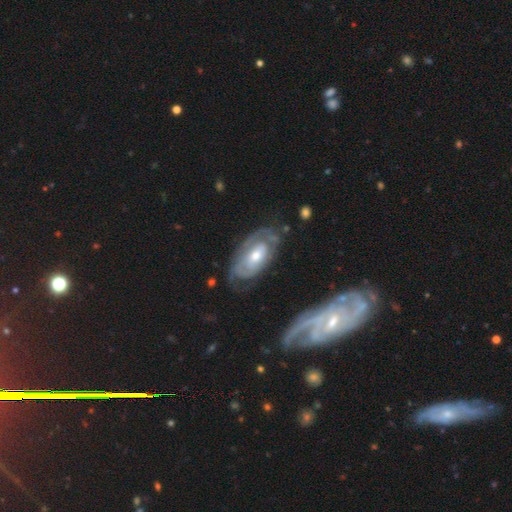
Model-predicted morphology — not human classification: Smooth or featured: featured or disk — 75% (smooth — 20%)
Edge-on disk: no — 93% (yes — 7%)
Bar: no — 67% (weak — 25%)
Spiral arms: yes — 76% (no — 24%)
Spiral winding: tight — 67% (medium — 24%)
Spiral arm count: can't tell — 46% (2 — 30%)
Bulge size: moderate — 63% (small — 27%)
Merging: none — 63% (minor disturbance — 22%)